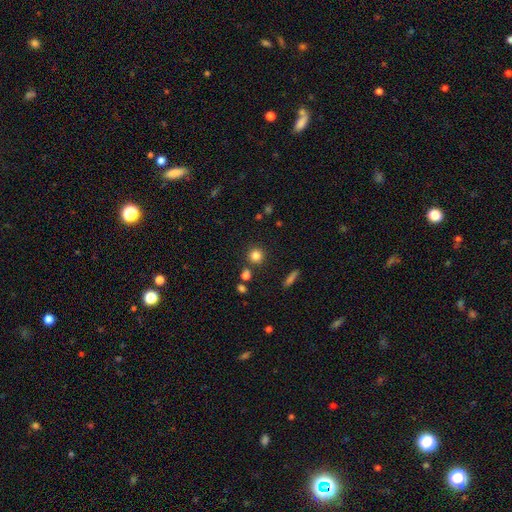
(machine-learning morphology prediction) This appears to be a smooth galaxy with no disk features (82%) that is round (91%). Merging: none (82%).